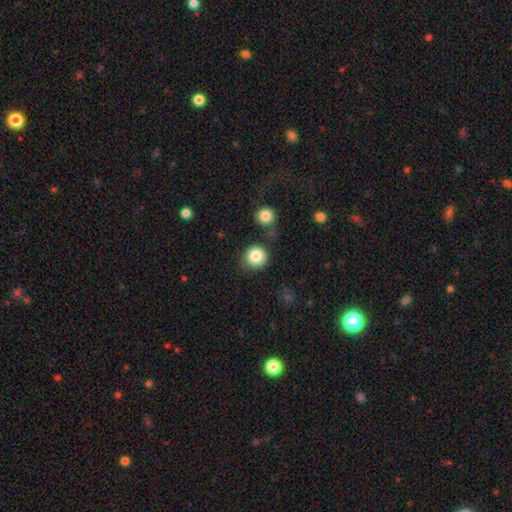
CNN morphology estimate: The model was most divided on "merging": none: 74%, minor disturbance: 13%, merger: 9%, major disturbance: 5%. More confident: how rounded — round (91%); smooth or featured — smooth (85%).